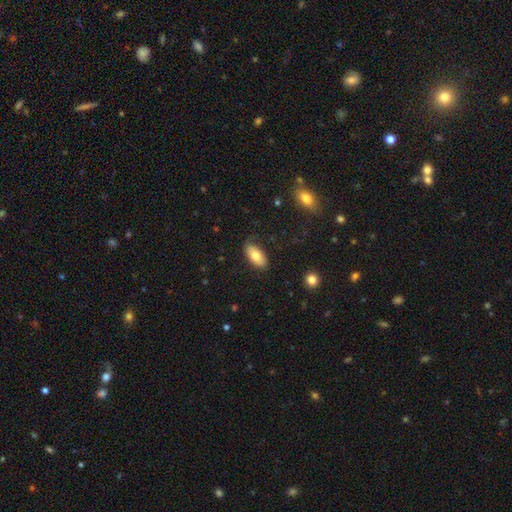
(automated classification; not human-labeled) Smooth or featured? smooth (76%)
How rounded? in between (92%)
Merging? none (82%)